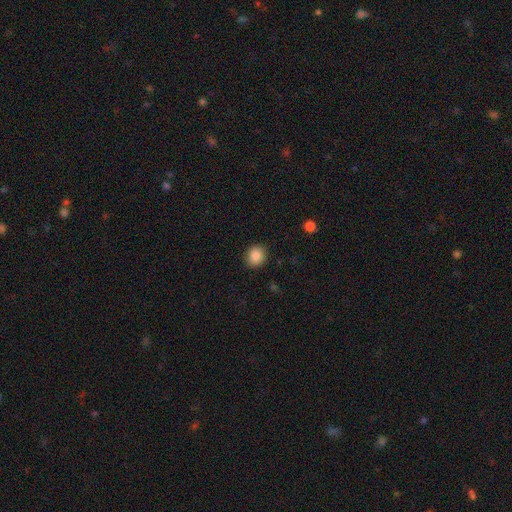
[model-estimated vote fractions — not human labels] A smooth galaxy with no disk features (87%) that is round (77%).

Vote fractions:
- Smooth or featured? smooth: 87% / star or artifact: 9% / featured or disk: 4%
- How rounded? round: 77% / in between: 22% / cigar-shaped: 1%
- Merging? none: 89% / minor disturbance: 7% / major disturbance: 2% / merger: 1%